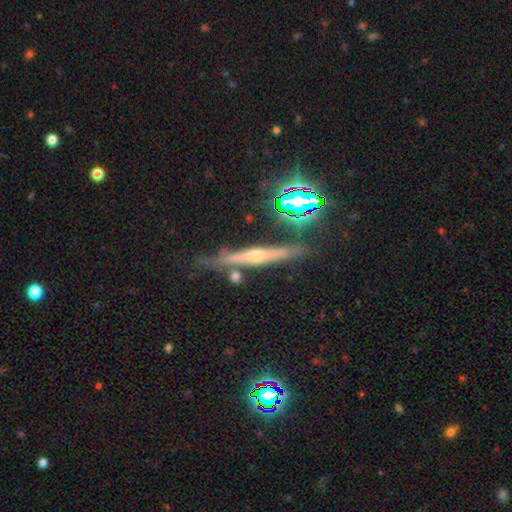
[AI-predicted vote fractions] Overall: featured or disk (63%). Edge-on disk: yes (95%). Edge-on bulge: rounded (73%). Merging: none (79%).